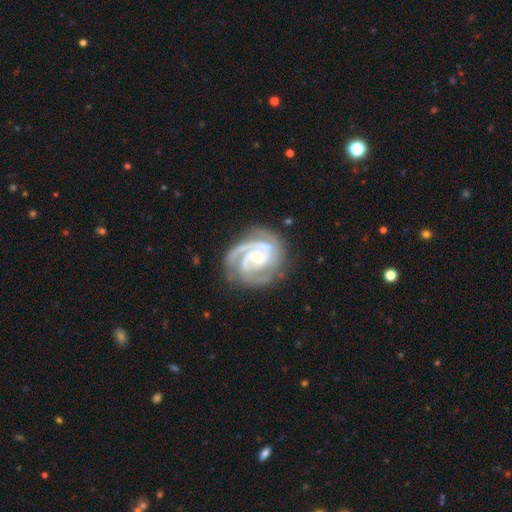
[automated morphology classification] featured or disk 93%, star or artifact 4%, smooth 3%. Down the decision tree: edge-on disk — no (98%); bar — no (57%); spiral arms — yes (99%); spiral arm count — 3 (46%); spiral winding — tight (66%); bulge size — small (63%); merging — none (74%).